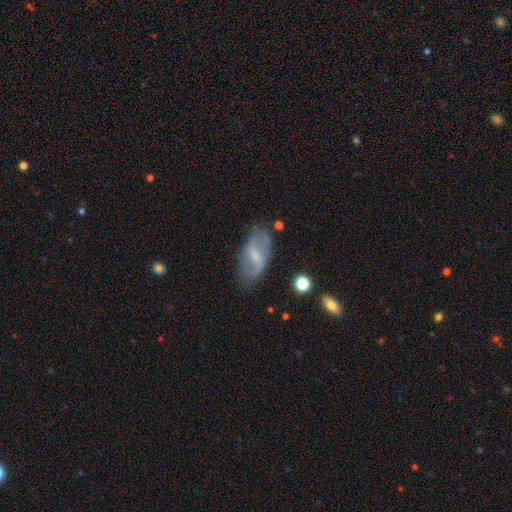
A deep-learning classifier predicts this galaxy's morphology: A featured or disk galaxy (67%) with a weak bar (52%), spiral arms (78%) and a small central bulge (55%). Merging: none (73%).